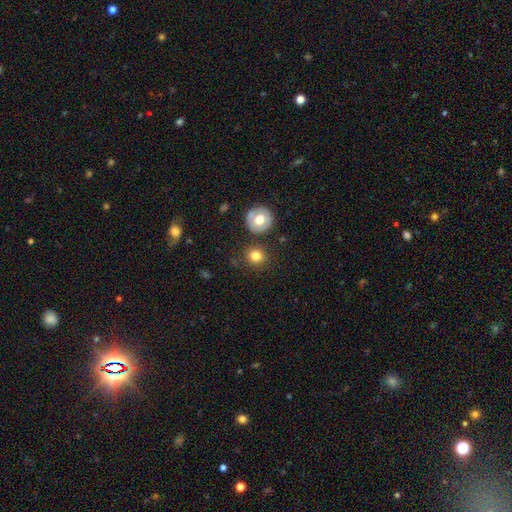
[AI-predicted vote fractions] smooth 78%, featured or disk 11%, star or artifact 11%. Down the decision tree: how rounded — round (87%); merging — none (81%).